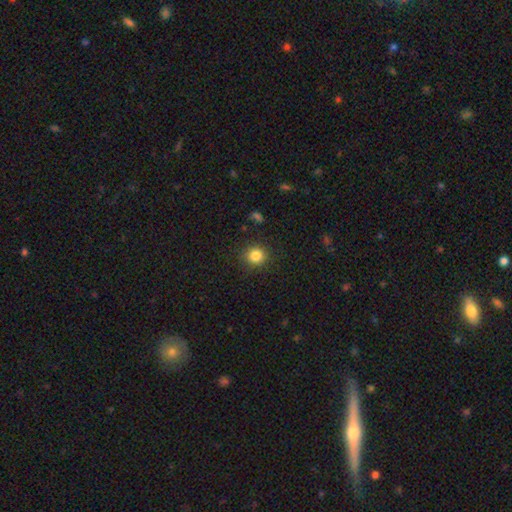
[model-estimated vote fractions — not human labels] This appears to be a smooth galaxy with no disk features (84%) that is round (90%). Merging: none (89%).